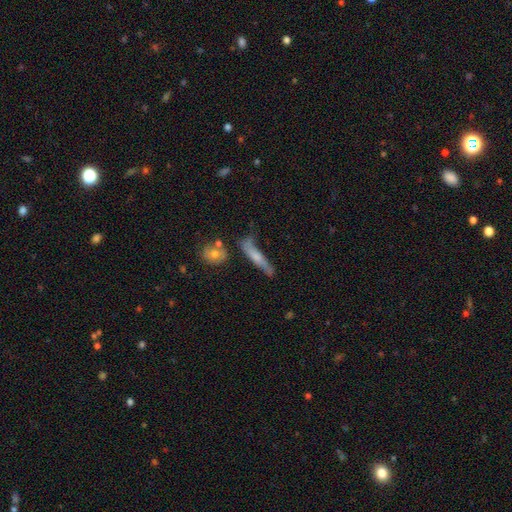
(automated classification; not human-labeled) smooth 48%, featured or disk 45%, star or artifact 8%. Down the decision tree: merging — none (55%).